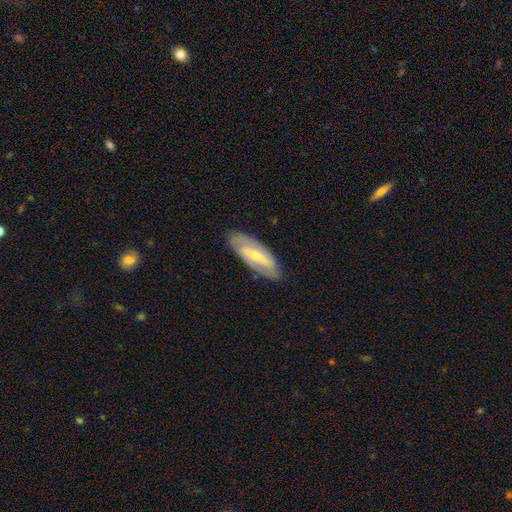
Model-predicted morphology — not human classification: smooth_or_featured: featured or disk (p=0.65) [alt: smooth p=0.29]
disk_edge_on: no (p=0.84) [alt: yes p=0.16]
bar: strong (p=0.38) [alt: weak p=0.37]
has_spiral_arms: yes (p=0.77) [alt: no p=0.23]
bulge_size: small (p=0.65) [alt: moderate p=0.31]
merging: none (p=0.83) [alt: minor disturbance p=0.13]